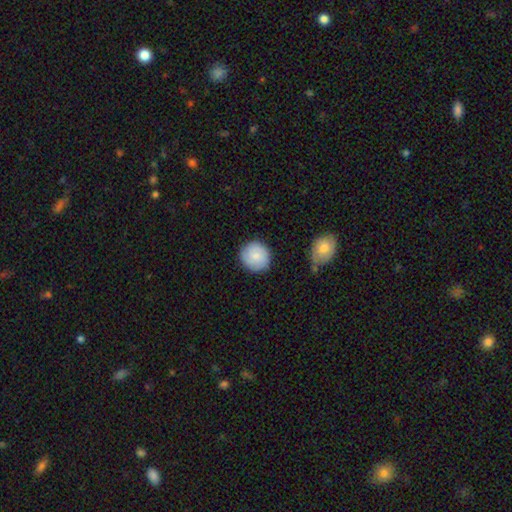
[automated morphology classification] A smooth galaxy with no disk features (80%) that is round (92%). Merging: none (85%).